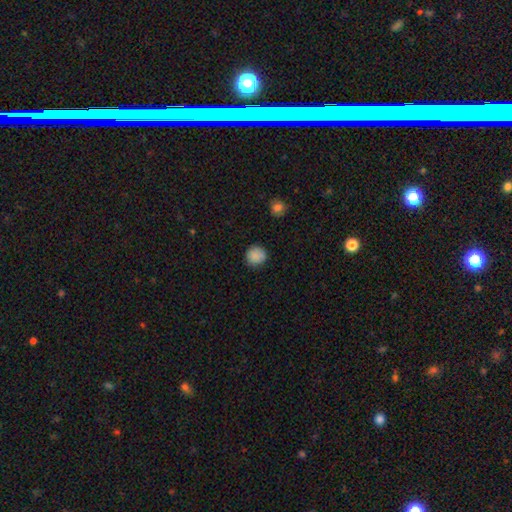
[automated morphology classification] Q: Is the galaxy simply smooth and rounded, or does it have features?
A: smooth — 87%.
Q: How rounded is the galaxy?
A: round — 93%.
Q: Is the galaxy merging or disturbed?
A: none — 88%.